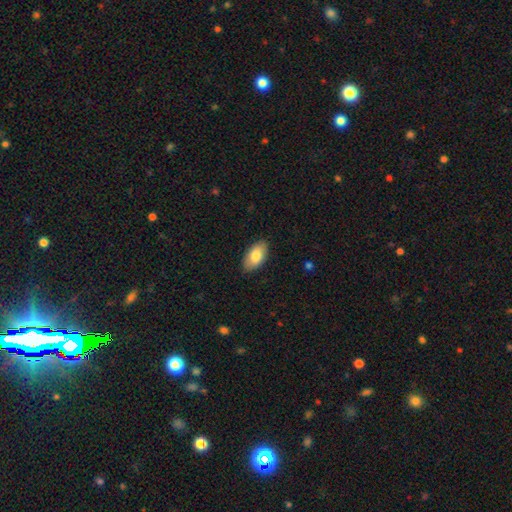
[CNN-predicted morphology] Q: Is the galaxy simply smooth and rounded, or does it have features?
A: smooth — 81%.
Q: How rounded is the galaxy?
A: in between — 94%.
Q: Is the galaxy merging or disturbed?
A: none — 88%.